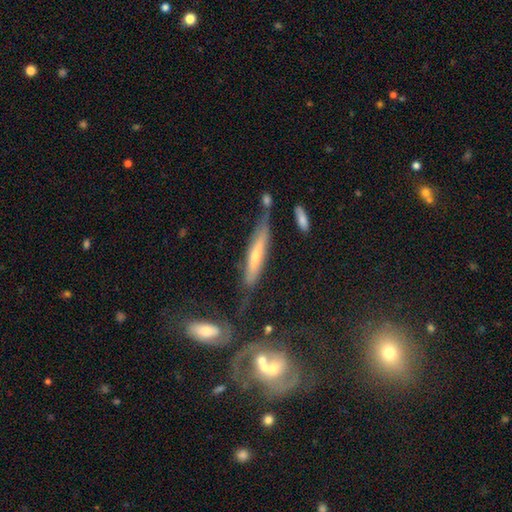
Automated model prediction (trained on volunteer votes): smooth_or_featured: featured or disk (p=0.62) [alt: smooth p=0.24]
disk_edge_on: yes (p=0.88) [alt: no p=0.12]
edge_on_bulge: rounded (p=0.61) [alt: none p=0.29]
merging: none (p=0.71) [alt: minor disturbance p=0.16]